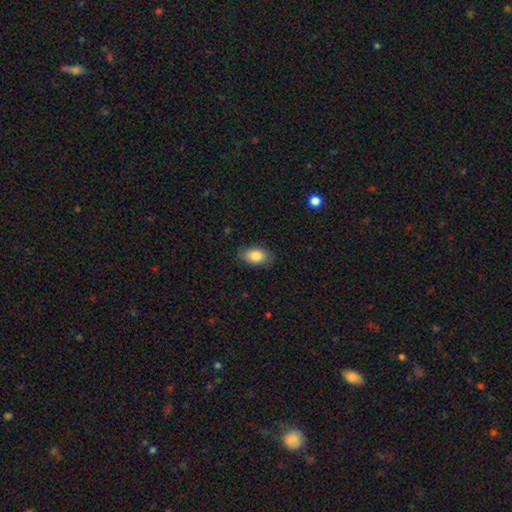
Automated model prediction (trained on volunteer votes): This appears to be a smooth galaxy with no disk features (84%) that is in between round and cigar-shaped (91%). Merging: none (85%).